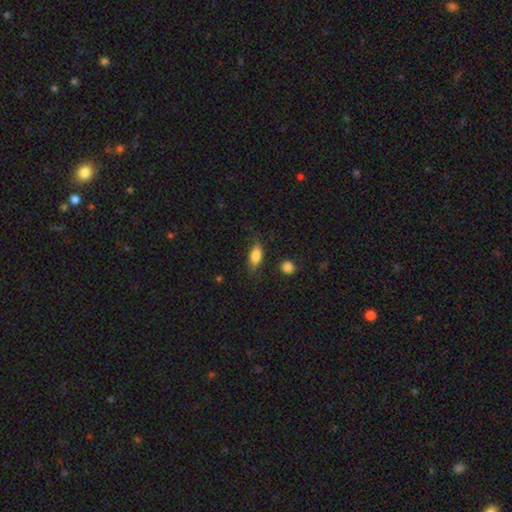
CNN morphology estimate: smooth-or-featured: smooth: 82% | featured or disk: 11% | star or artifact: 8%
  how-rounded: in between: 80% | cigar-shaped: 16% | round: 4%
  merging: none: 75% | minor disturbance: 18% | major disturbance: 5% | merger: 2%